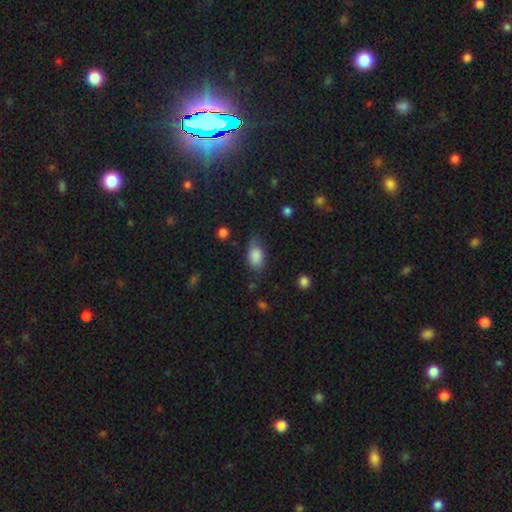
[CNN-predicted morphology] Overall: smooth (83%). How rounded: in between (85%). Merging: none (56%; minor disturbance 32%).